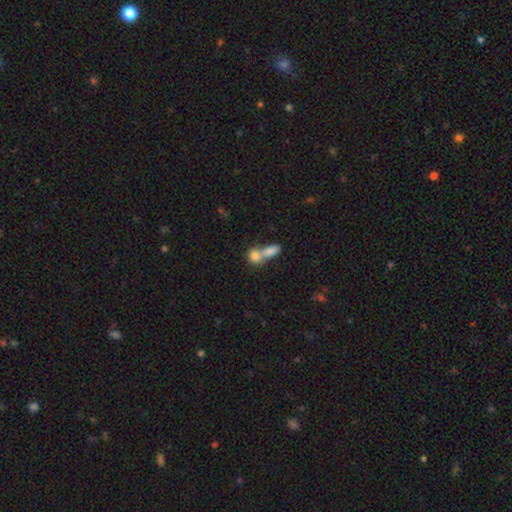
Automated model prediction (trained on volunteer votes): smooth_or_featured: smooth (p=0.79) [alt: featured or disk p=0.13]
how_rounded: in between (p=0.46) [alt: round p=0.44]
merging: merger (p=0.64) [alt: none p=0.26]